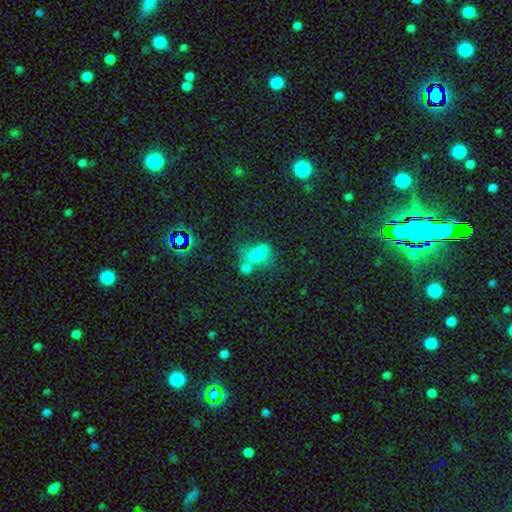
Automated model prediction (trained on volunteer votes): Smooth or featured? smooth (56%)
How rounded? in between (68%)
Merging? merger (54%)